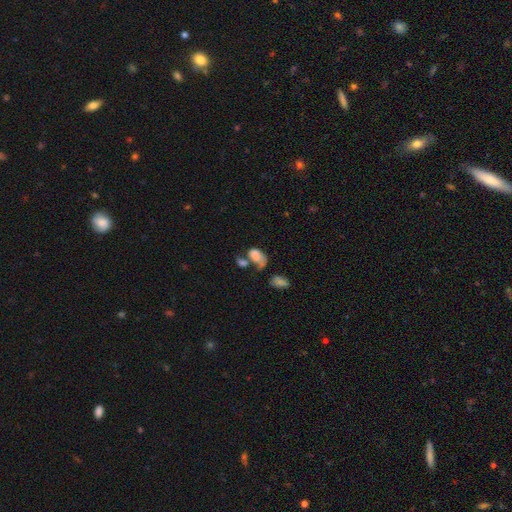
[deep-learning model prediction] This is likely a smooth galaxy (68%). How rounded: clearly in between (87%). Merging: marginally merger (44%).